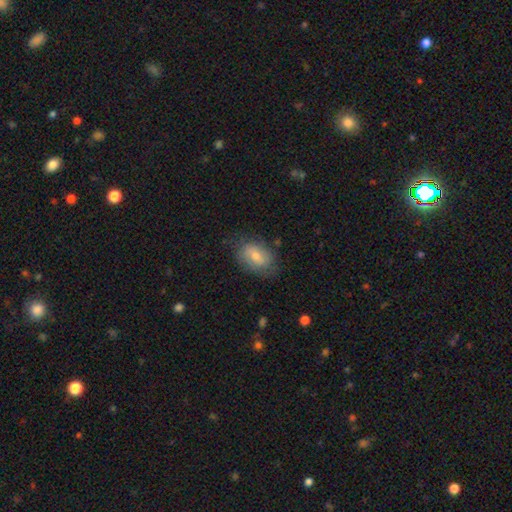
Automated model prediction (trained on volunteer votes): Overall: smooth (57%; featured or disk 34%). How rounded: in between (84%). Merging: none (74%).